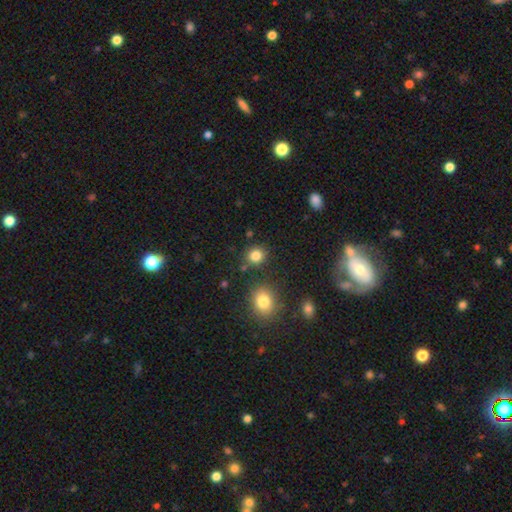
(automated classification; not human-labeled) smooth_or_featured: smooth (p=0.83) [alt: star or artifact p=0.12]
how_rounded: round (p=0.79) [alt: in between p=0.20]
merging: none (p=0.83) [alt: minor disturbance p=0.09]